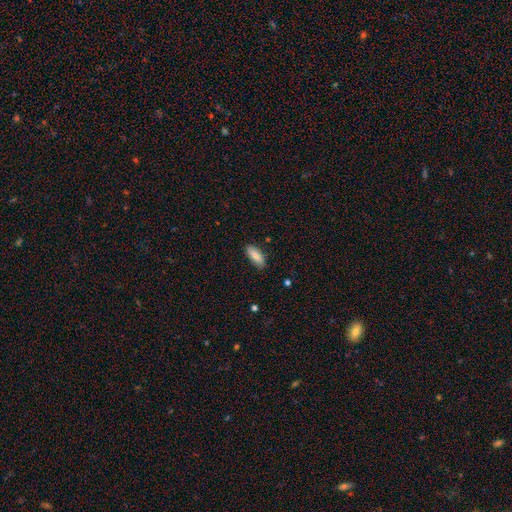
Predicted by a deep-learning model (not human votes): smooth 79%, featured or disk 15%, star or artifact 6%. Down the decision tree: how rounded — in between (79%); merging — none (86%).